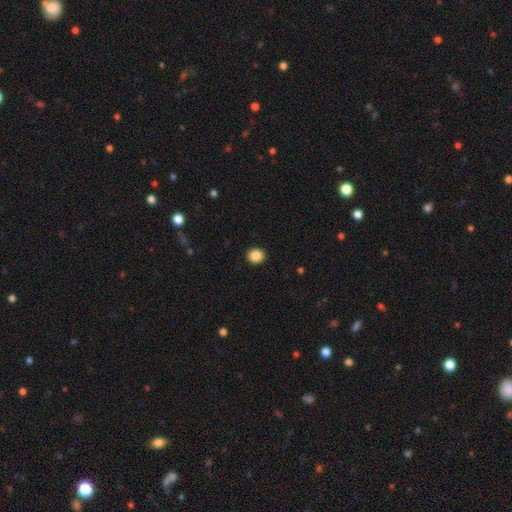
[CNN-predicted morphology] Smooth or featured: smooth — 88% (star or artifact — 9%)
How rounded: round — 80% (in between — 19%)
Merging: none — 92% (minor disturbance — 5%)